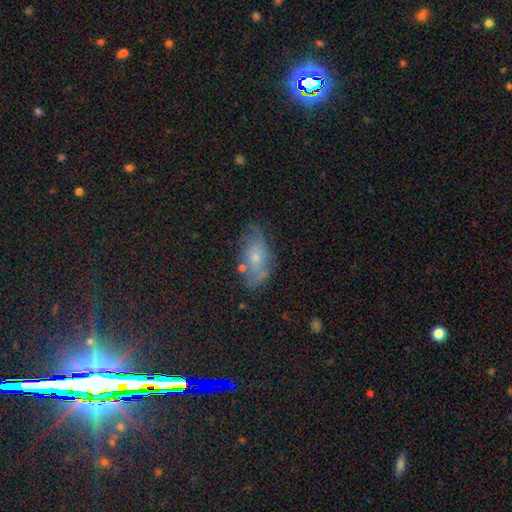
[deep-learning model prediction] This appears to be a smooth galaxy with no disk features (50%). Merging: none (62%).